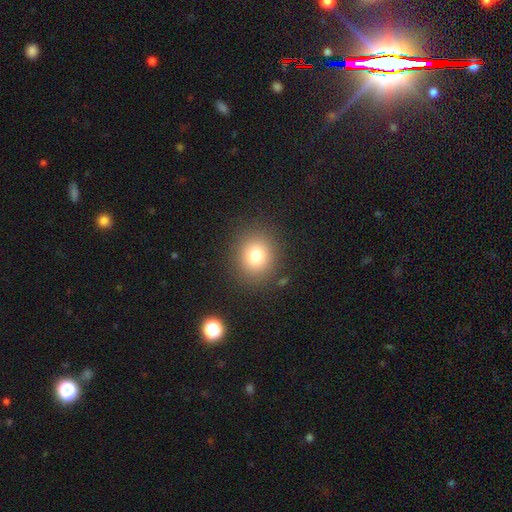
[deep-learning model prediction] The model was most divided on "smooth or featured": smooth: 78%, star or artifact: 13%, featured or disk: 9%. More confident: merging — none (87%); how rounded — round (82%).